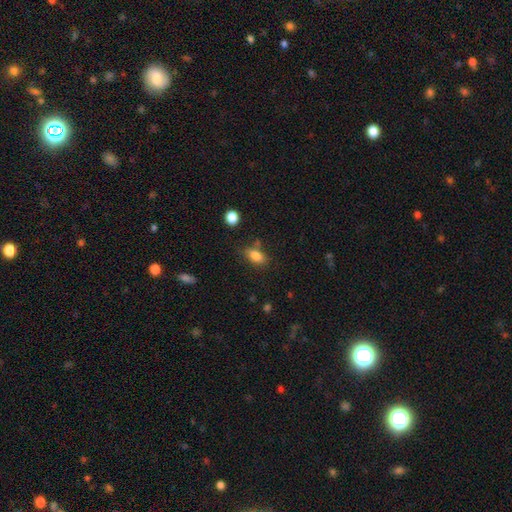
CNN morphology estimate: Smooth or featured?
  - smooth: 83% *
  - star or artifact: 9%
  - featured or disk: 7%
How rounded?
  - in between: 86% *
  - round: 9%
  - cigar-shaped: 5%
Merging?
  - none: 71% *
  - minor disturbance: 17%
  - merger: 7%
  - major disturbance: 5%